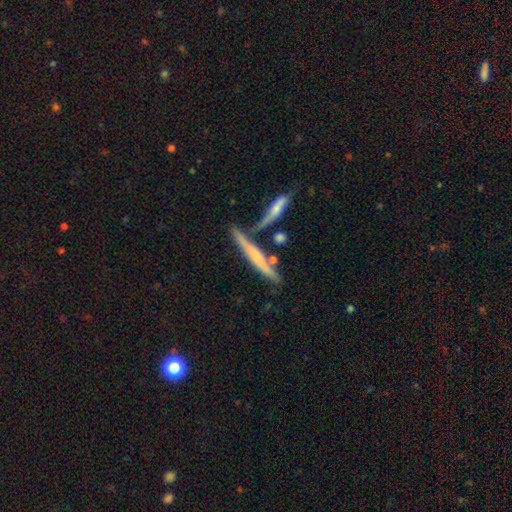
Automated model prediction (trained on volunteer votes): smooth_or_featured: featured or disk (p=0.53) [alt: smooth p=0.39]
disk_edge_on: yes (p=0.93) [alt: no p=0.07]
merging: none (p=0.62) [alt: merger p=0.20]